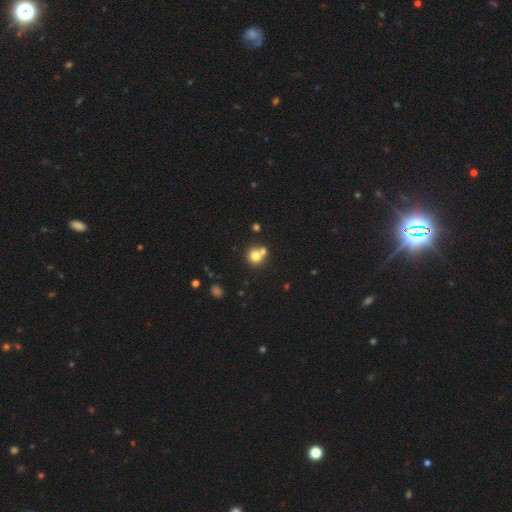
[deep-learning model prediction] Smooth or featured? Predicted: smooth (p=0.76). How rounded? Predicted: round (p=0.87). Merging? Predicted: none (p=0.52).